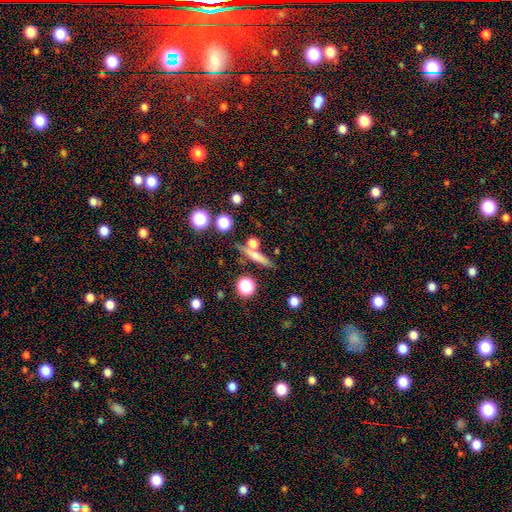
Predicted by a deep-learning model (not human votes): smooth 56%, featured or disk 30%, star or artifact 14%. Down the decision tree: how rounded — cigar-shaped (72%); merging — none (74%).